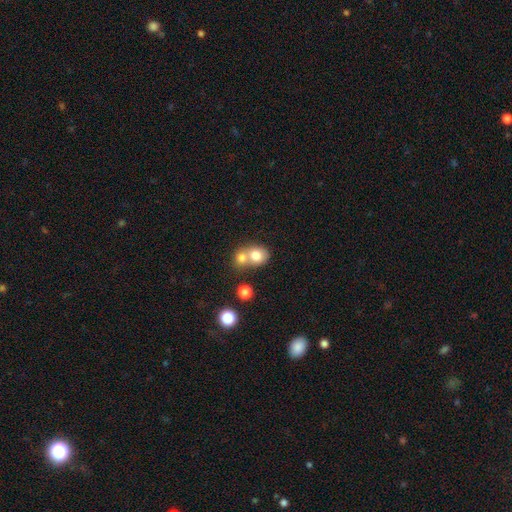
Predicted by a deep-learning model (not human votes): Smooth or featured? Predicted: smooth (p=0.76). How rounded? Predicted: round (p=0.65). Merging? Predicted: merger (p=0.61).